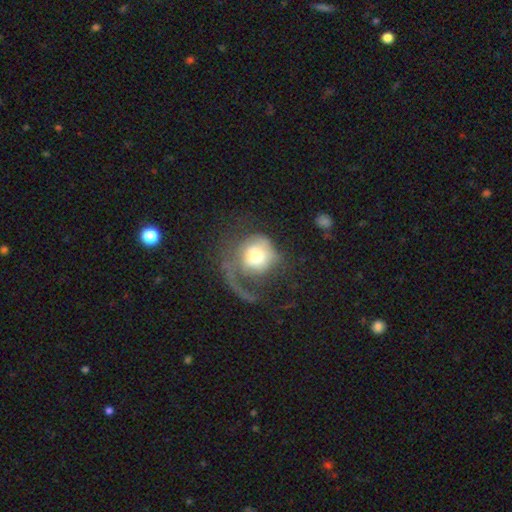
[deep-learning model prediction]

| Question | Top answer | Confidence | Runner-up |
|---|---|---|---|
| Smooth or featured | featured or disk | 46% | tied: smooth (46%) |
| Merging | major disturbance | 56% | none (26%) |